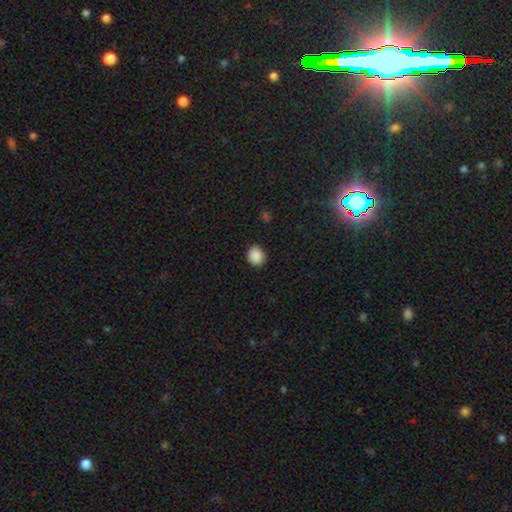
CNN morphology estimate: This appears to be a smooth galaxy with no disk features (89%) that is round (71%). Merging: none (87%).